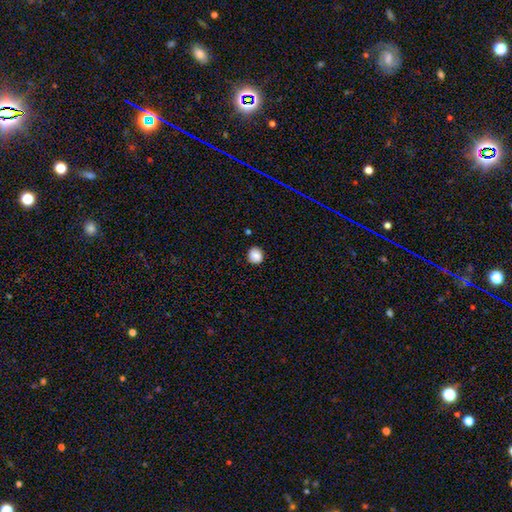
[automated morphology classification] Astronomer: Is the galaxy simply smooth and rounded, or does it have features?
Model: smooth — 86%.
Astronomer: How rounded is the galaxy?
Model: round — 84%.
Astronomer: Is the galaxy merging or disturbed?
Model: none — 87%.